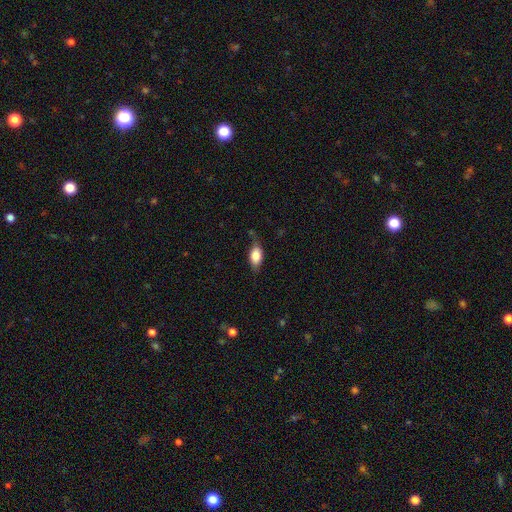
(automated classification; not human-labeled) A smooth galaxy with no disk features (78%) that is in between round and cigar-shaped (88%).

Vote fractions:
- Smooth or featured? smooth: 78% / featured or disk: 15% / star or artifact: 7%
- How rounded? in between: 88% / cigar-shaped: 7% / round: 5%
- Merging? none: 61% / minor disturbance: 28% / major disturbance: 8% / merger: 3%